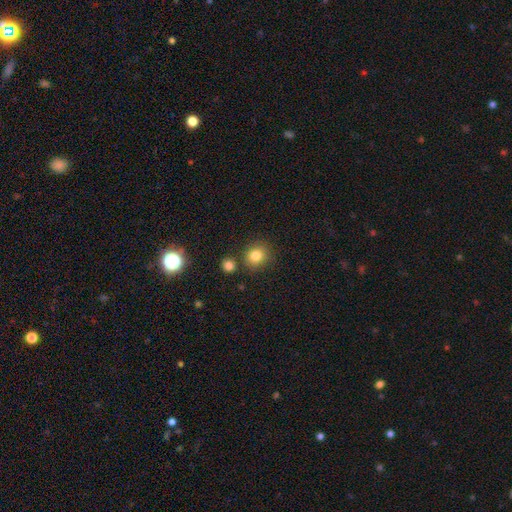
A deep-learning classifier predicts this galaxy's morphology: type=smooth (82%); roundness=round (85%); merging=none (80%).